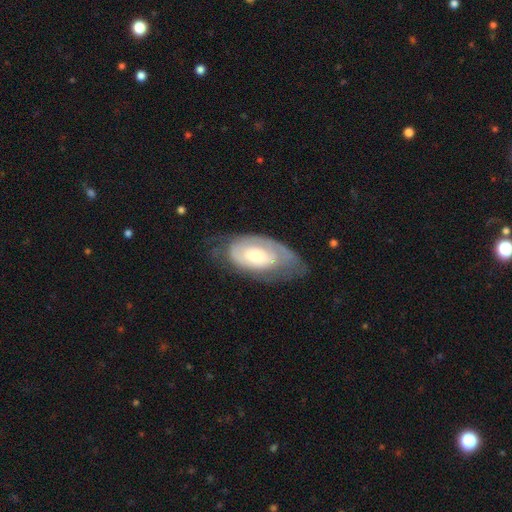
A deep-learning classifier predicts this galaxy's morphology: Overall: featured or disk (63%; smooth 32%). Edge-on disk: no (93%). Bar: no (74%). Spiral arms: yes (70%; no 30%). Bulge size: moderate (53%; small 31%). Merging: none (47%; minor disturbance 30%).